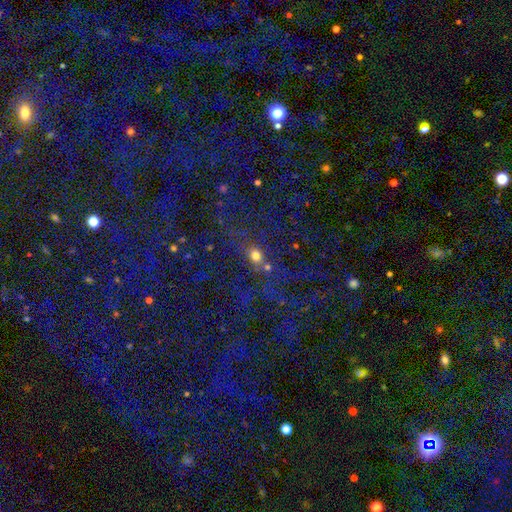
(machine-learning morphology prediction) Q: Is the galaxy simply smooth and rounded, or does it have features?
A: smooth — 57%.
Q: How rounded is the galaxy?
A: round — 61%.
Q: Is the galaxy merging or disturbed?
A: none — 56%.